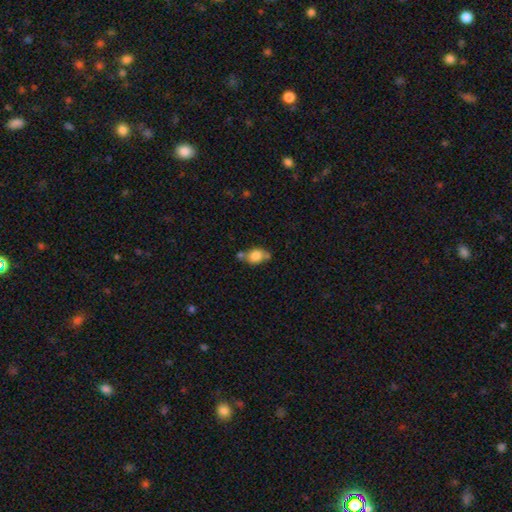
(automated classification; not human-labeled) The model was most divided on "merging": none: 47%, merger: 27%, minor disturbance: 19%, major disturbance: 6%. More confident: smooth or featured — smooth (80%); how rounded — in between (64%).